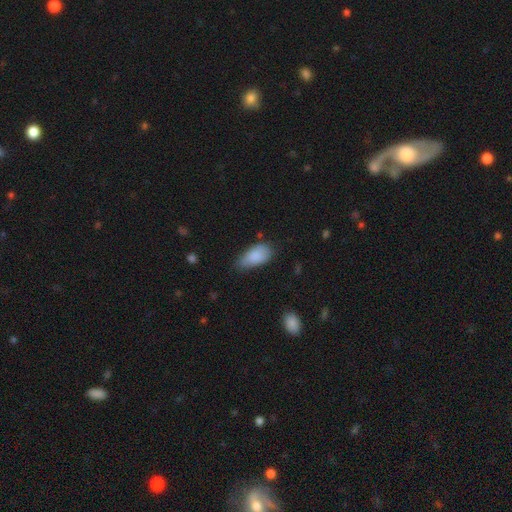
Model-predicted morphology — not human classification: type=smooth (86%); roundness=in between (92%); merging=none (57%).